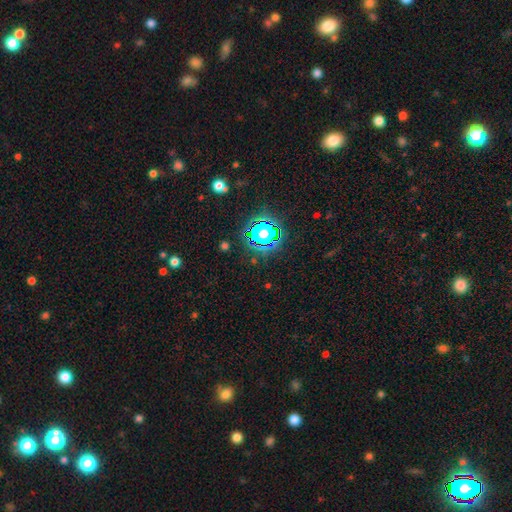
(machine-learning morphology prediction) The model was most divided on "smooth or featured": star or artifact: 80%, smooth: 13%, featured or disk: 8%.